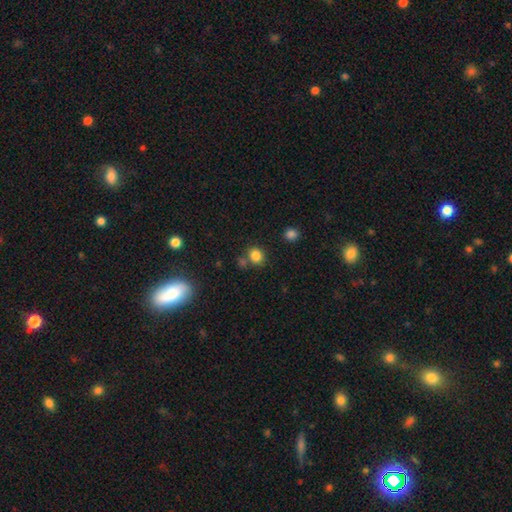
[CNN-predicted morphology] Smooth or featured? Predicted: smooth (p=0.83). How rounded? Predicted: round (p=0.75). Merging? Predicted: none (p=0.72).